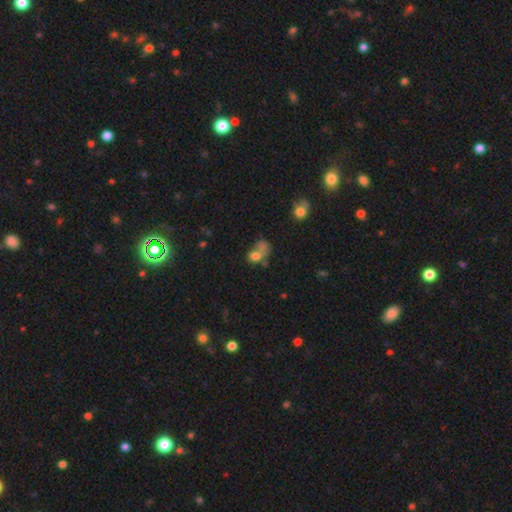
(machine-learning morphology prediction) Smooth or featured?
  - smooth: 62% *
  - star or artifact: 20%
  - featured or disk: 19%
How rounded?
  - in between: 51% *
  - round: 47%
  - cigar-shaped: 2%
Merging?
  - merger: 43% *
  - none: 28%
  - major disturbance: 17%
  - minor disturbance: 12%